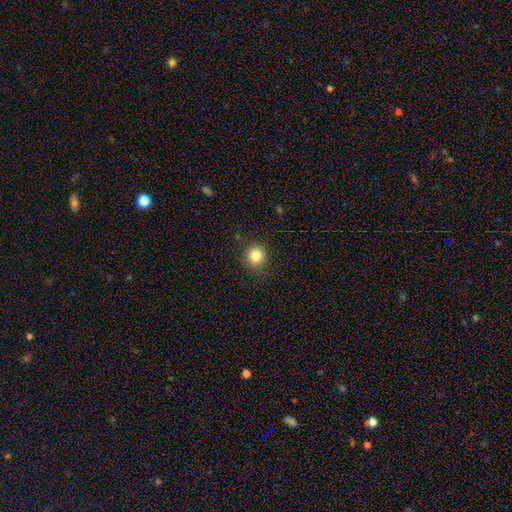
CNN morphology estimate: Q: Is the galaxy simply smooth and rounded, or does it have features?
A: smooth — 82%.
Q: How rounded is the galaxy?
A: round — 90%.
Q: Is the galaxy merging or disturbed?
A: none — 89%.